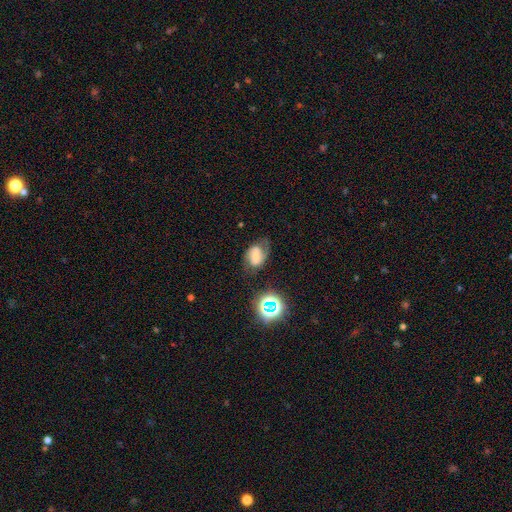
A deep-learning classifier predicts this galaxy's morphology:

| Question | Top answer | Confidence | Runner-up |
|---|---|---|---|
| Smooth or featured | featured or disk | 47% | smooth (37%) |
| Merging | none | 55% | minor disturbance (27%) |